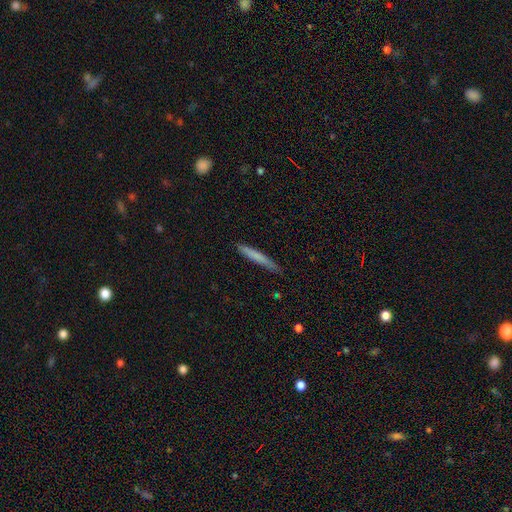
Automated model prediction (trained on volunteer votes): Smooth or featured? smooth (73%)
How rounded? cigar-shaped (96%)
Merging? none (83%)